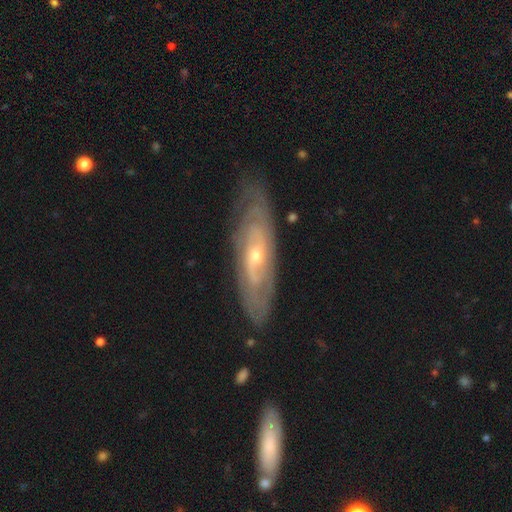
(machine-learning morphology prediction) The model was most divided on "bar": no: 63%, weak: 29%, strong: 8%. More confident: spiral arms — yes (86%); merging — none (80%); smooth or featured — featured or disk (80%); edge-on disk — no (78%); spiral winding — tight (68%); bulge size — small (65%); spiral arm count — can't tell (58%).